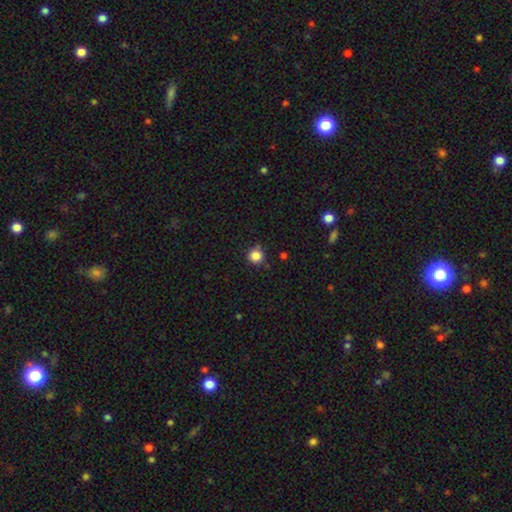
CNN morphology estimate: Q: Smooth or featured?
A: smooth (84%); runner-up: star or artifact (12%)
Q: How rounded?
A: round (94%); runner-up: in between (5%)
Q: Merging?
A: none (83%); runner-up: minor disturbance (12%)